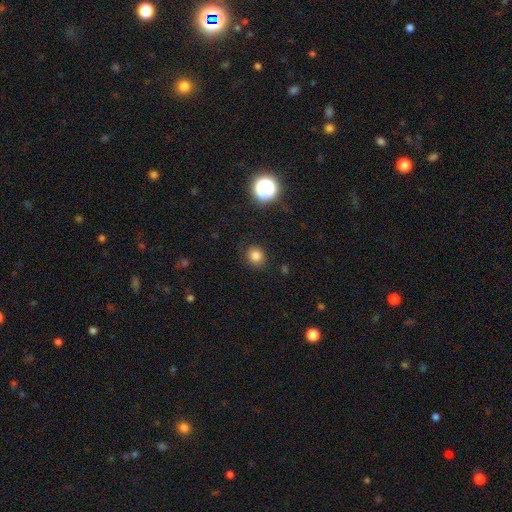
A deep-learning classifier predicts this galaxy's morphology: This appears to be a smooth galaxy with no disk features (80%) that is round (80%). Merging: none (86%).